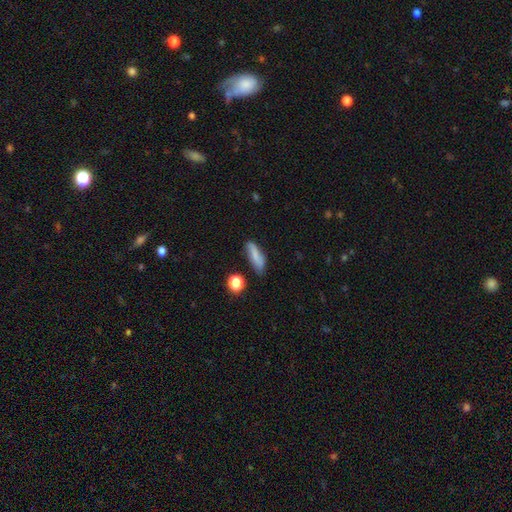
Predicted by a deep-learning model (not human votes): smooth_or_featured: smooth (p=0.72) [alt: featured or disk p=0.19]
how_rounded: cigar-shaped (p=0.49) [alt: in between p=0.46]
merging: none (p=0.67) [alt: minor disturbance p=0.22]